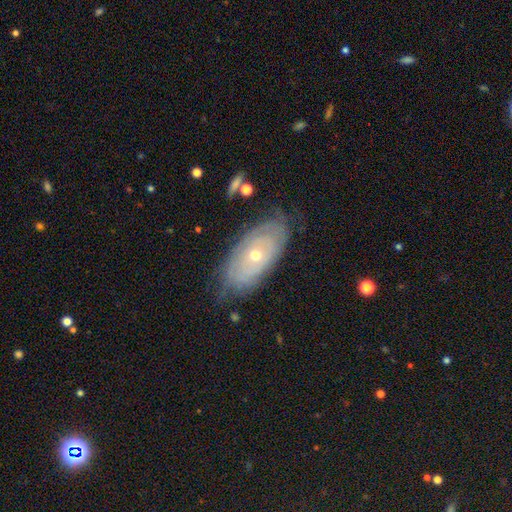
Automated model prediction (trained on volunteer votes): smooth_or_featured: featured or disk (p=0.65) [alt: smooth p=0.28]
disk_edge_on: no (p=0.88) [alt: yes p=0.12]
bar: no (p=0.89) [alt: weak p=0.09]
has_spiral_arms: yes (p=0.54) [alt: no p=0.46]
bulge_size: moderate (p=0.50) [alt: small p=0.46]
merging: none (p=0.71) [alt: minor disturbance p=0.20]